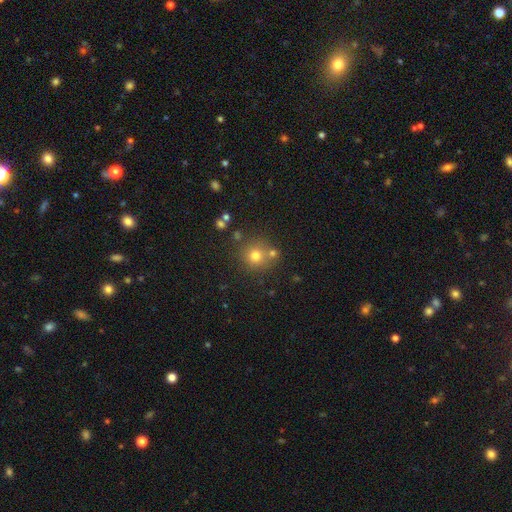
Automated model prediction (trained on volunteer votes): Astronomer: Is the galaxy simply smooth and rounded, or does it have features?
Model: smooth — 73%.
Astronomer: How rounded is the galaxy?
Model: round — 92%.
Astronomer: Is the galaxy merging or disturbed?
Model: none — 71%.